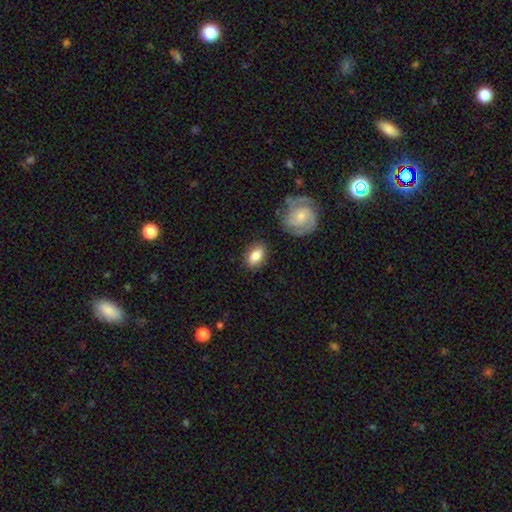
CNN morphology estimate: smooth 81%, featured or disk 13%, star or artifact 6%. Down the decision tree: how rounded — in between (86%); merging — none (82%).